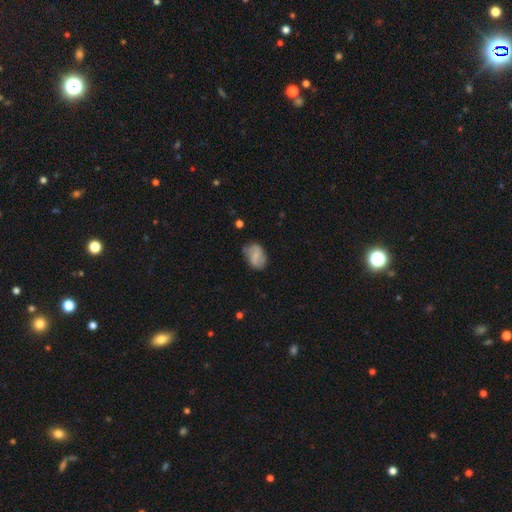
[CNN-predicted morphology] smooth-or-featured: smooth: 62% | featured or disk: 30% | star or artifact: 8%
  how-rounded: in between: 84% | round: 15% | cigar-shaped: 1%
  merging: none: 67% | minor disturbance: 24% | major disturbance: 6% | merger: 3%